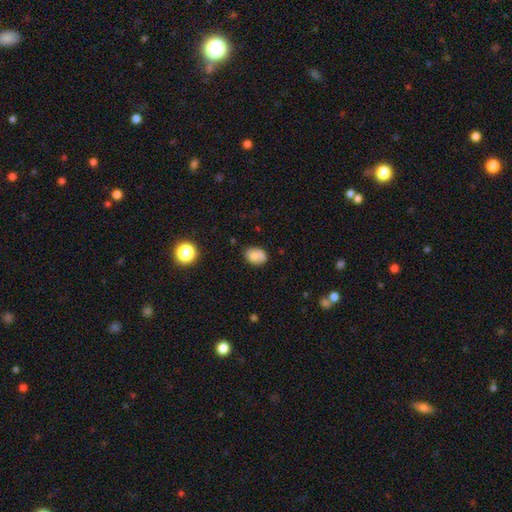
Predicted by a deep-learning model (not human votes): Smooth or featured? smooth (74%)
How rounded? in between (72%)
Merging? none (64%)